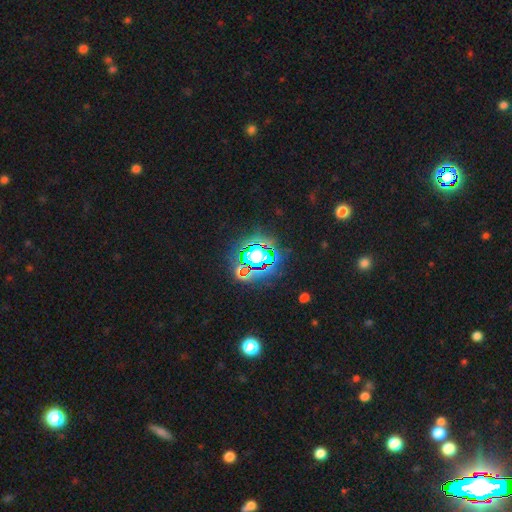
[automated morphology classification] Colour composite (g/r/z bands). It shows a star or artifact, not a galaxy (71%).